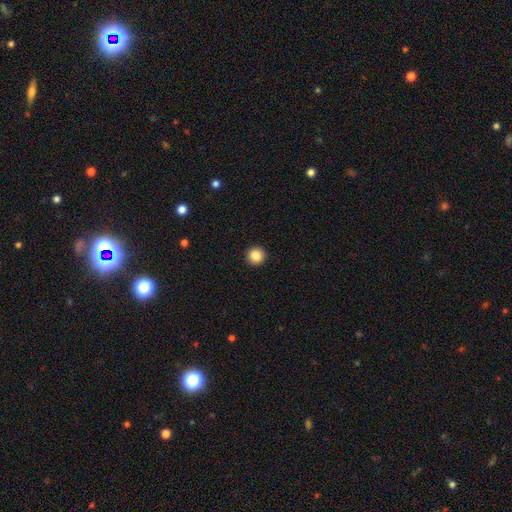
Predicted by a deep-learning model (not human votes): Morphology: type=smooth (86%); roundness=round (96%); merging=none (94%).